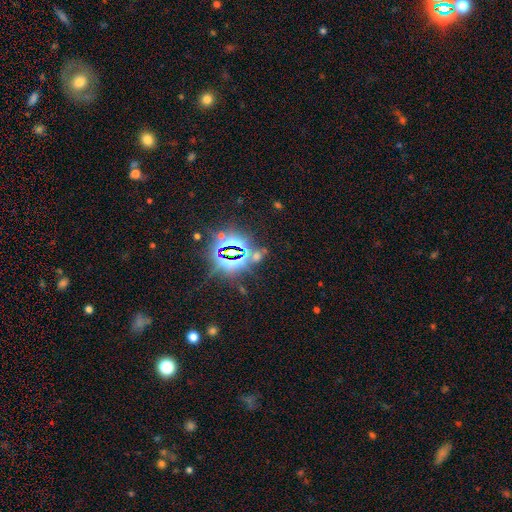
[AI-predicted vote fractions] This appears to be a star or artifact, not a galaxy (73%).